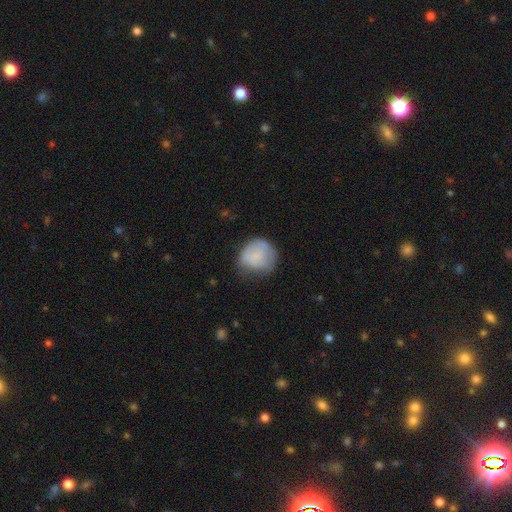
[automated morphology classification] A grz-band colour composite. It shows a smooth galaxy with no disk features (77%) that is round (80%). Merging: none (50%).